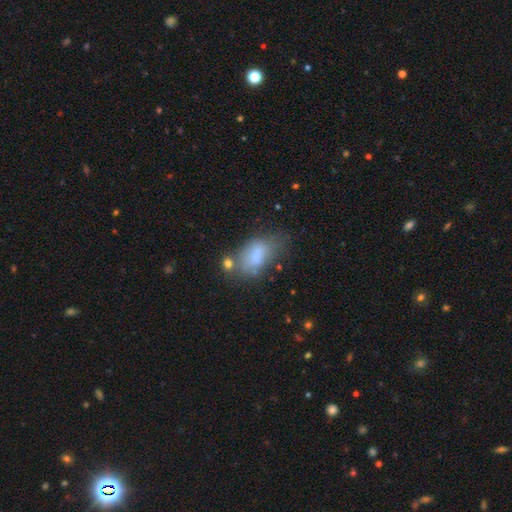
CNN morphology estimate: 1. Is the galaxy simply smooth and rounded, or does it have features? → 73% smooth, 18% featured or disk, 10% star or artifact.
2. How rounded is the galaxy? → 90% in between, 6% round, 4% cigar-shaped.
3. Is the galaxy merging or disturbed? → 40% none, 29% minor disturbance, 17% major disturbance, 14% merger.